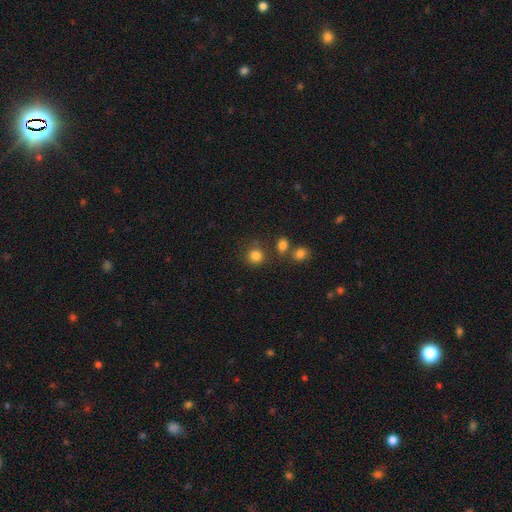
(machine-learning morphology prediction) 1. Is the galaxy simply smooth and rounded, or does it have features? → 83% smooth, 13% star or artifact, 5% featured or disk.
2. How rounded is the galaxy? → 88% round, 11% in between, 1% cigar-shaped.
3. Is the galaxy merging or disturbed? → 78% none, 9% minor disturbance, 9% merger, 4% major disturbance.